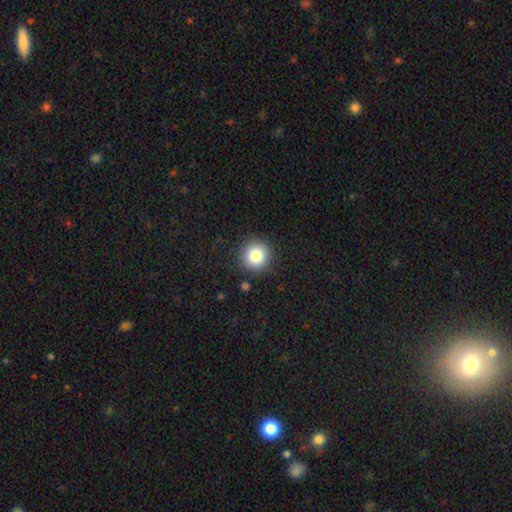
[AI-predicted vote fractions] Q: Smooth or featured?
A: smooth (82%); runner-up: star or artifact (11%)
Q: How rounded?
A: round (95%); runner-up: in between (4%)
Q: Merging?
A: none (90%); runner-up: minor disturbance (6%)